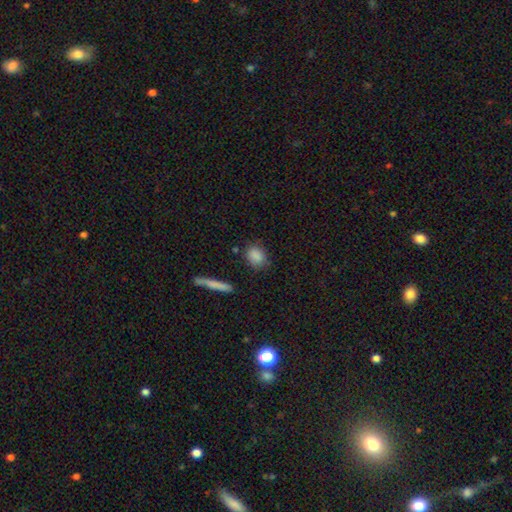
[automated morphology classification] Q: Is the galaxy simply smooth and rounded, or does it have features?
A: smooth — 86%.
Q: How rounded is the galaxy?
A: in between — 57%.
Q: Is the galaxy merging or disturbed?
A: none — 78%.